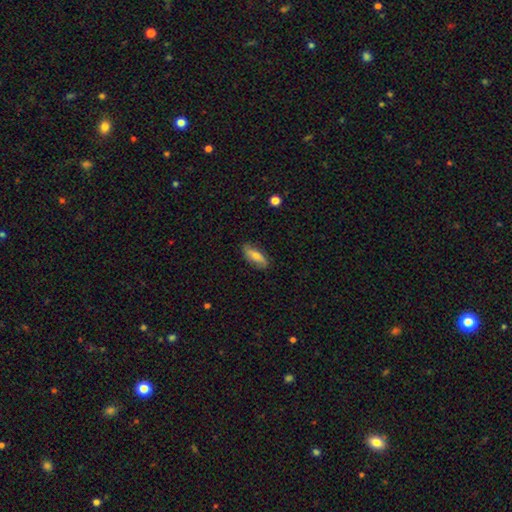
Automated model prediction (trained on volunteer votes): smooth_or_featured: smooth (p=0.56) [alt: featured or disk p=0.37]
how_rounded: in between (p=0.71) [alt: cigar-shaped p=0.26]
merging: none (p=0.80) [alt: minor disturbance p=0.16]